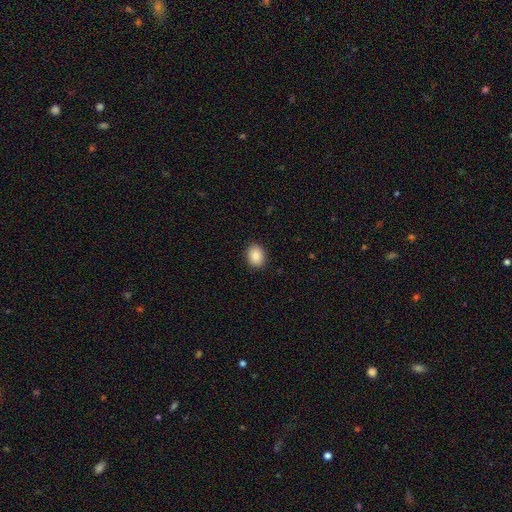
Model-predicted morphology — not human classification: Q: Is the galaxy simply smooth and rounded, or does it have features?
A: smooth — 88%.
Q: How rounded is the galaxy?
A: in between — 61%.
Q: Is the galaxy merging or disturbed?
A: none — 90%.